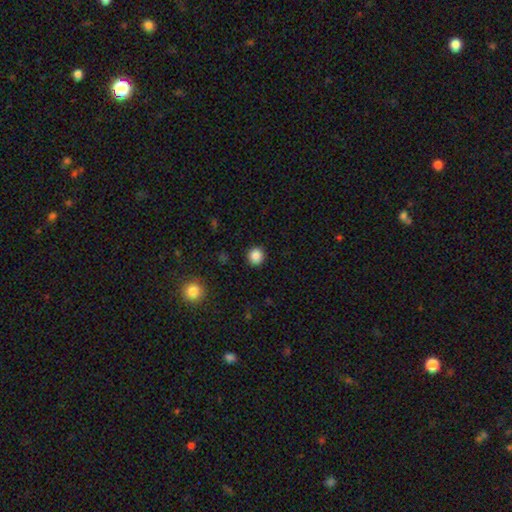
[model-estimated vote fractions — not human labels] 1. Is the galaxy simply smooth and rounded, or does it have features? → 87% smooth, 10% star or artifact, 3% featured or disk.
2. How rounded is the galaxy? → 89% round, 10% in between, 1% cigar-shaped.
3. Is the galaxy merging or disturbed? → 91% none, 5% minor disturbance, 2% major disturbance, 1% merger.